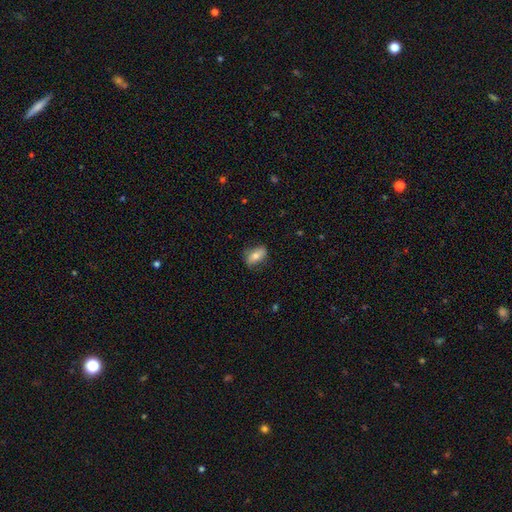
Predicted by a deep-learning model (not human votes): A smooth galaxy with no disk features (65%) that is in between round and cigar-shaped (85%). Merging: none (75%).